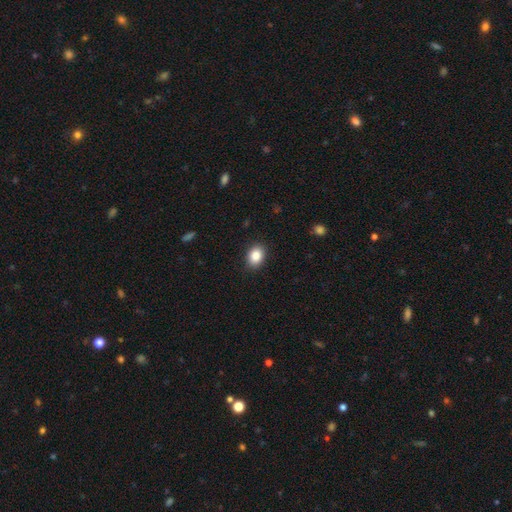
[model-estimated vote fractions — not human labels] The model was most divided on "how rounded": in between: 66%, round: 33%, cigar-shaped: 1%. More confident: merging — none (89%); smooth or featured — smooth (87%).